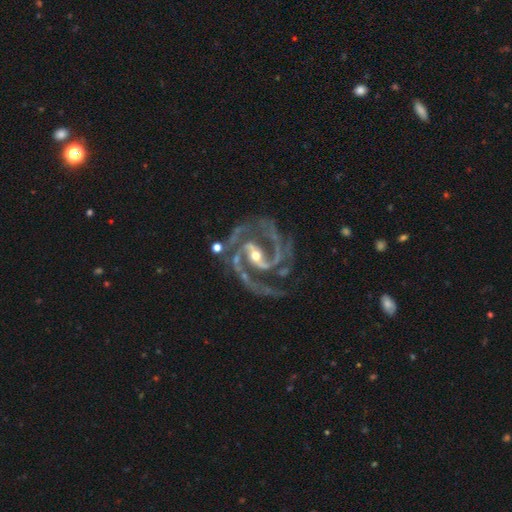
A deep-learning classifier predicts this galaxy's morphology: A featured or disk galaxy (94%) with a strong bar (52%), 2 (79%) medium (62%) spiral arms (99%) and a moderate central bulge (52%).

Vote fractions:
- Smooth or featured? featured or disk: 94% / star or artifact: 4% / smooth: 2%
- Edge-on disk? no: 98% / yes: 2%
- Bar? strong: 52% / weak: 33% / no: 15%
- Spiral arms? yes: 99% / no: 1%
- Spiral winding? medium: 62% / tight: 26% / loose: 12%
- Spiral arm count? 2: 79% / 3: 11% / can't tell: 3% / 4: 3% / 1: 2% / more than 4: 2%
- Bulge size? moderate: 52% / small: 44% / large: 2% / none: 1% / dominant: 1%
- Merging? none: 63% / minor disturbance: 19% / major disturbance: 14% / merger: 4%